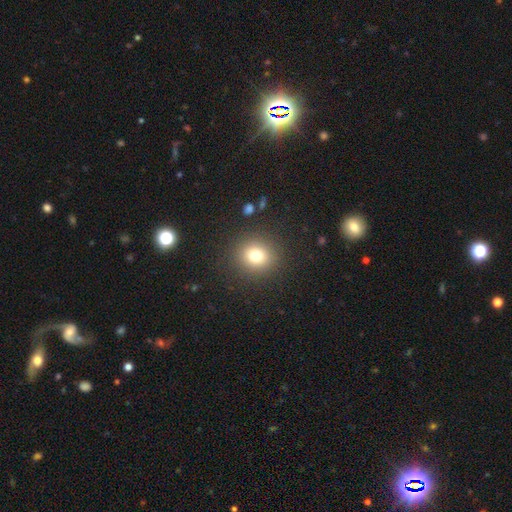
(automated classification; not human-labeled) Smooth or featured? smooth (76%)
How rounded? round (87%)
Merging? none (89%)